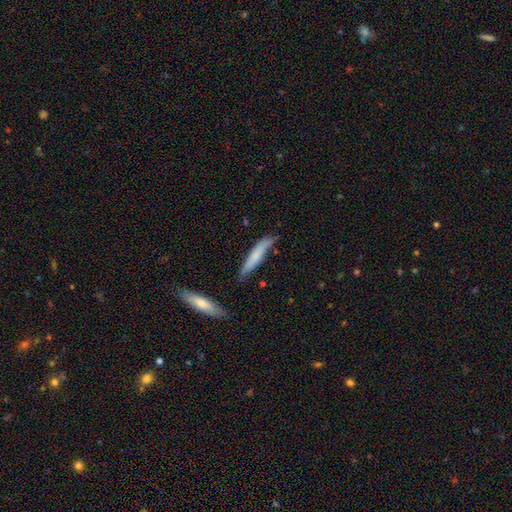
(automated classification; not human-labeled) Morphology: type=smooth (67%); roundness=cigar-shaped (89%); merging=none (68%).